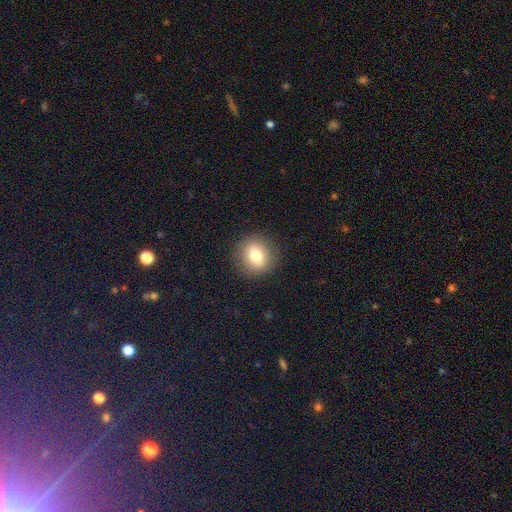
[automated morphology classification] Smooth or featured: smooth — 76% (featured or disk — 14%)
How rounded: round — 83% (in between — 16%)
Merging: none — 89% (minor disturbance — 7%)